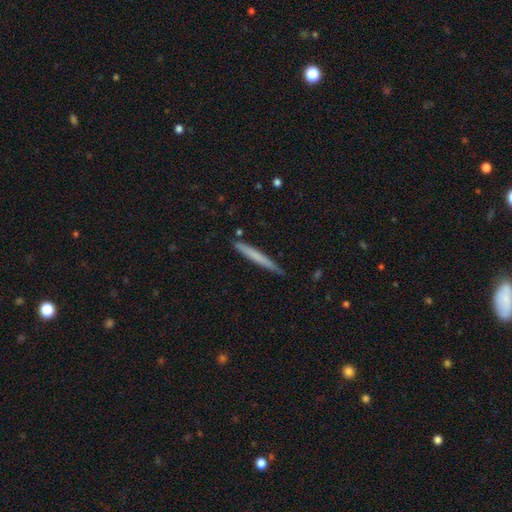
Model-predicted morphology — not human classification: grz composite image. It shows a smooth galaxy with no disk features (65%) that is cigar-shaped (97%). Merging: none (85%).